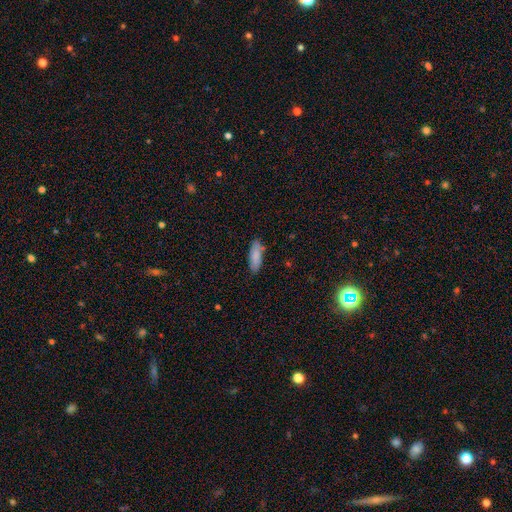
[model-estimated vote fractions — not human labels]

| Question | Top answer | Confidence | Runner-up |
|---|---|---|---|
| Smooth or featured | smooth | 85% | featured or disk (9%) |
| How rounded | in between | 63% | cigar-shaped (35%) |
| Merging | none | 80% | minor disturbance (14%) |